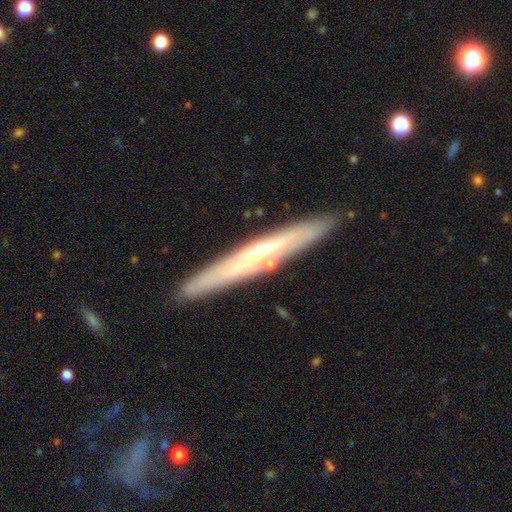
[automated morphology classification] A featured or disk galaxy (67%) viewed edge-on (88%) with a rounded central bulge (50%). Merging: none (87%).